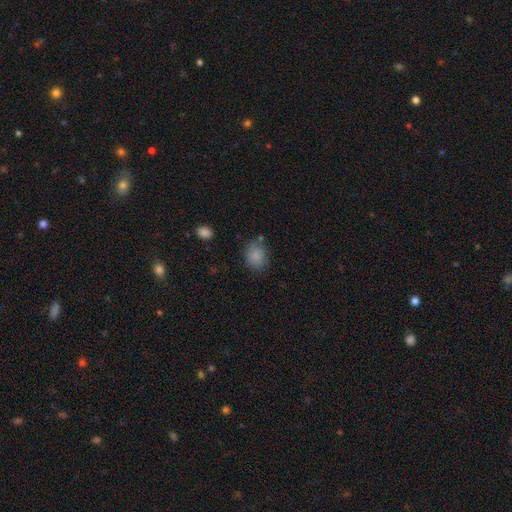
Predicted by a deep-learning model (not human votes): Morphology: type=smooth (85%); roundness=round (57%); merging=none (73%).